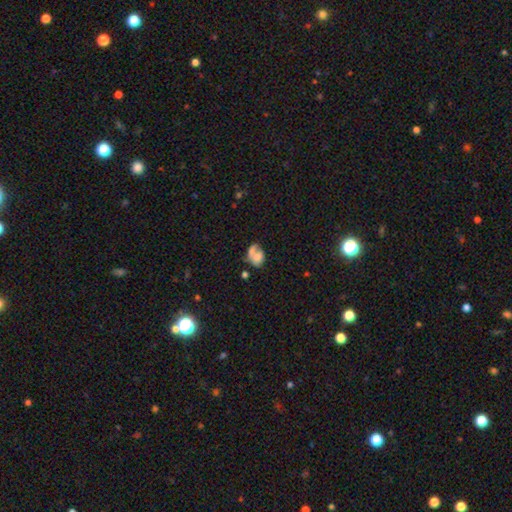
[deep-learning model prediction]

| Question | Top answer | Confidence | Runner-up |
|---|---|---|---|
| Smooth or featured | smooth | 62% | featured or disk (28%) |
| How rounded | in between | 69% | round (30%) |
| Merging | merger | 52% | none (24%) |